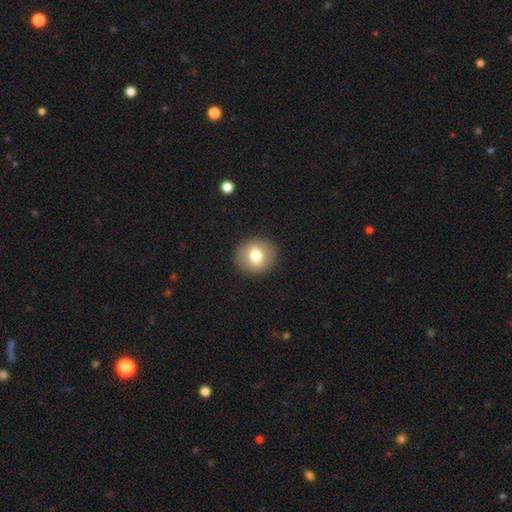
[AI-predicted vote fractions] smooth_or_featured: smooth (p=0.71) [alt: featured or disk p=0.20]
how_rounded: round (p=0.82) [alt: in between p=0.17]
merging: none (p=0.91) [alt: minor disturbance p=0.06]